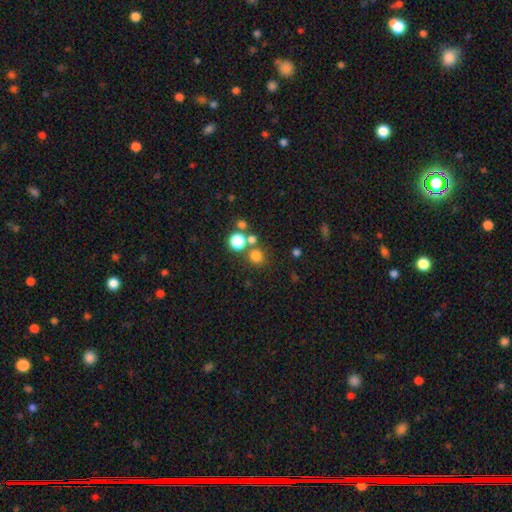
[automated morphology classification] This appears to be a smooth galaxy with no disk features (75%) that is round (89%). Merging: none (70%).